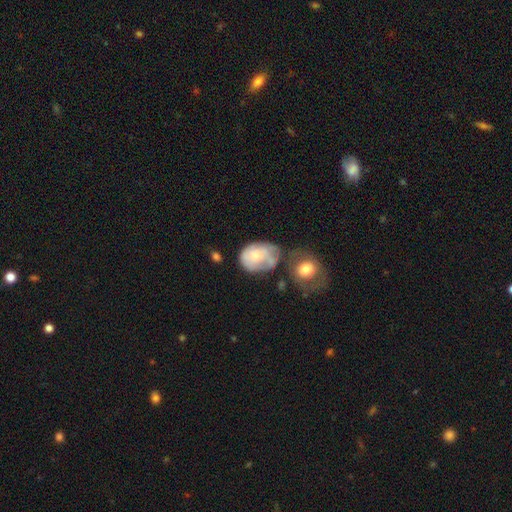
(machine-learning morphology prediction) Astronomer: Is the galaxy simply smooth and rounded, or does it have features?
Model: smooth — 52% (runner-up: featured or disk, 41%).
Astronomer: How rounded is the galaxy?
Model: in between — 63%.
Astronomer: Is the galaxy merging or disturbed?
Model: none — 28%, tied with minor disturbance at 28%.